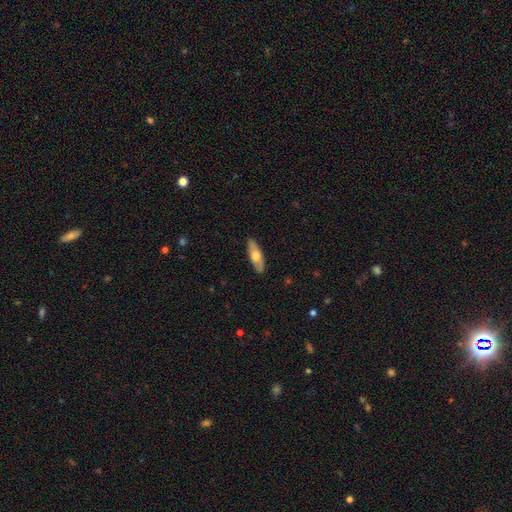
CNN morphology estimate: Smooth or featured? smooth (59%)
How rounded? in between (57%)
Merging? none (88%)